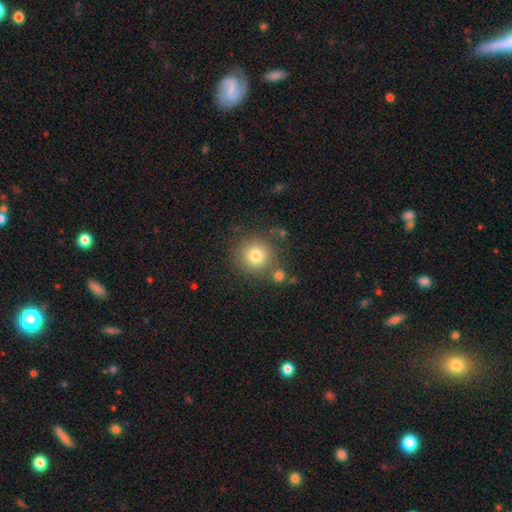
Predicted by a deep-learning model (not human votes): A smooth galaxy with no disk features (79%) that is round (93%).

Vote fractions:
- Smooth or featured? smooth: 79% / star or artifact: 11% / featured or disk: 10%
- How rounded? round: 93% / in between: 6% / cigar-shaped: 1%
- Merging? none: 76% / minor disturbance: 10% / merger: 9% / major disturbance: 4%